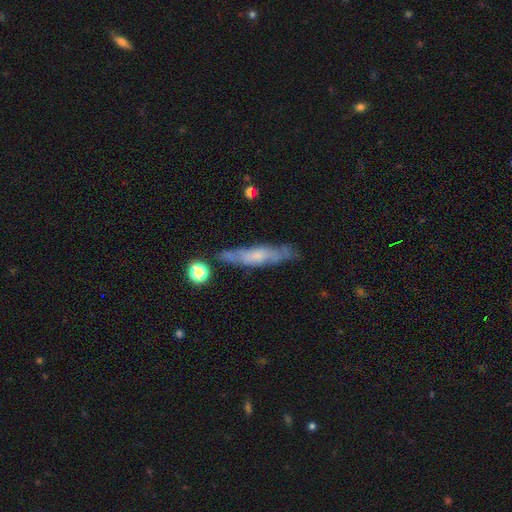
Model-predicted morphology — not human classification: featured or disk 51%, smooth 42%, star or artifact 8%. Down the decision tree: edge-on disk — yes (63%); merging — none (69%).